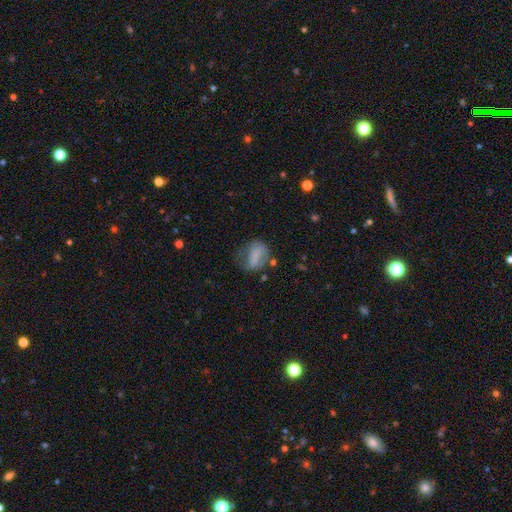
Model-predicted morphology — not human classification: smooth-or-featured: smooth: 67% | featured or disk: 22% | star or artifact: 11%
  how-rounded: in between: 73% | round: 24% | cigar-shaped: 4%
  merging: none: 36% | minor disturbance: 30% | major disturbance: 29% | merger: 5%